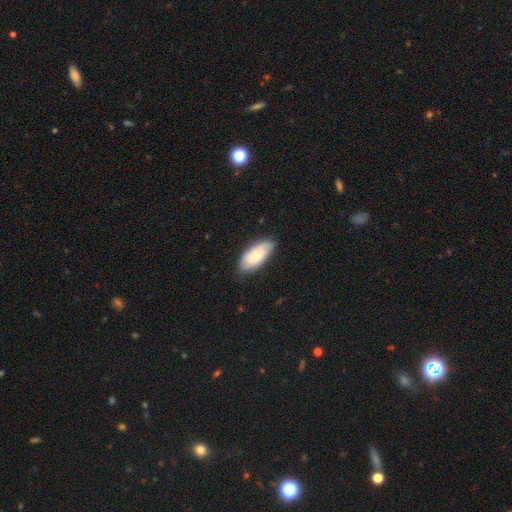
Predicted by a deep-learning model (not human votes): The model was most divided on "smooth or featured": smooth: 63%, featured or disk: 31%, star or artifact: 6%. More confident: how rounded — in between (89%); merging — none (79%).